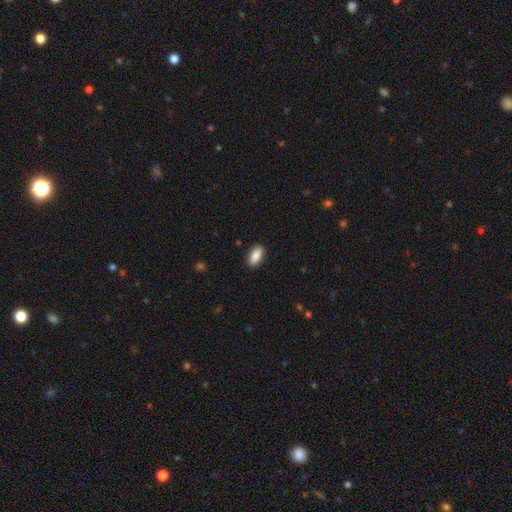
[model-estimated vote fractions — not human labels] smooth 88%, star or artifact 7%, featured or disk 5%. Down the decision tree: how rounded — in between (90%); merging — none (89%).